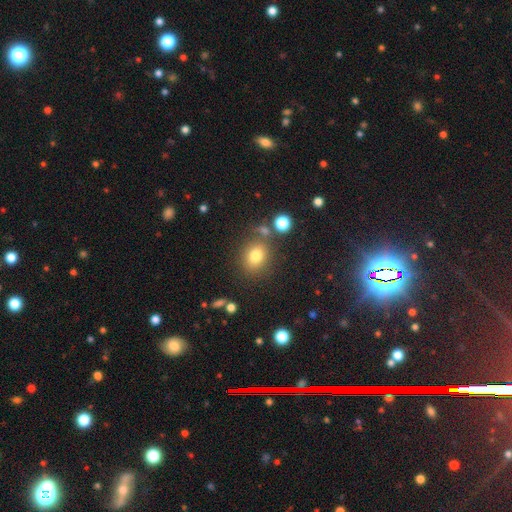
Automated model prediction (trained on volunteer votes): A smooth galaxy with no disk features (78%) that is round (62%). Merging: none (74%).